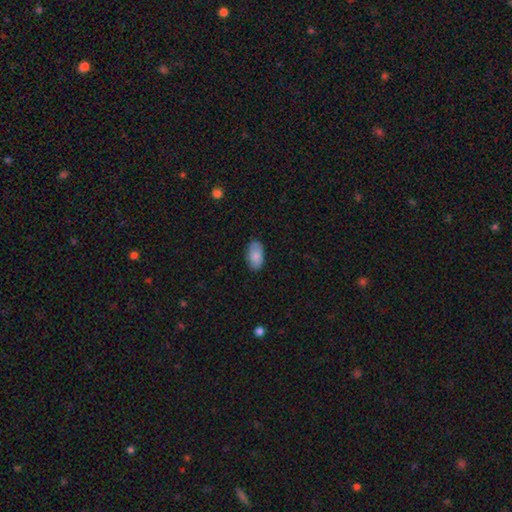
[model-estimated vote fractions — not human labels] A smooth galaxy with no disk features (85%) that is in between round and cigar-shaped (94%). Merging: none (83%).